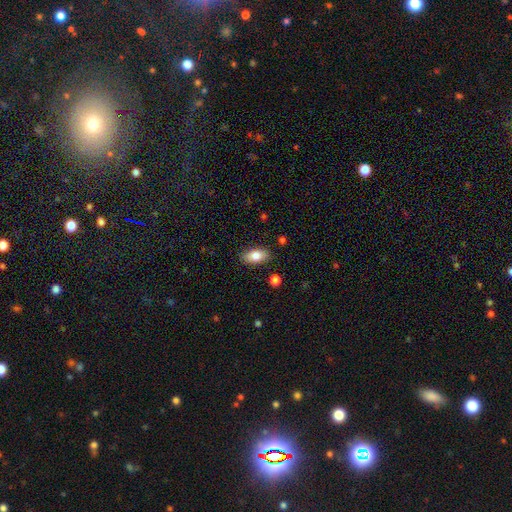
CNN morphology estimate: Smooth or featured?
  - smooth: 81% *
  - featured or disk: 11%
  - star or artifact: 7%
How rounded?
  - in between: 90% *
  - cigar-shaped: 6%
  - round: 4%
Merging?
  - none: 87% *
  - minor disturbance: 10%
  - major disturbance: 2%
  - merger: 2%